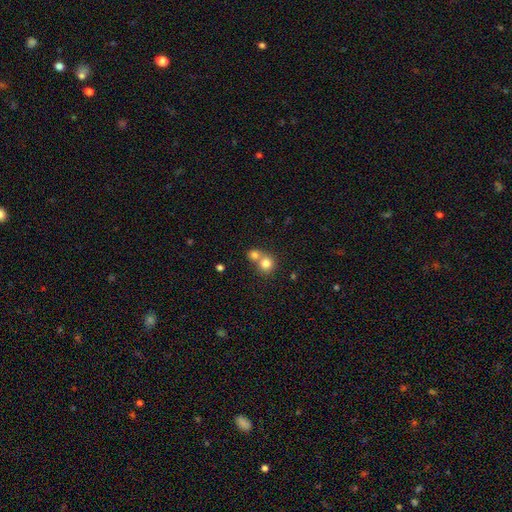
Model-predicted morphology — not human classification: Smooth or featured: smooth — 76% (star or artifact — 13%)
How rounded: round — 86% (in between — 13%)
Merging: merger — 50% (none — 42%)